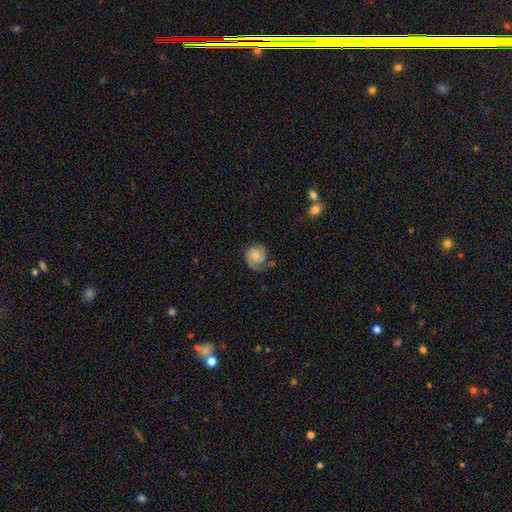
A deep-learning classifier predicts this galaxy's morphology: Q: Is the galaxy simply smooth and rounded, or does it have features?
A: featured or disk — 56%.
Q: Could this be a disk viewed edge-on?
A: no — 98%.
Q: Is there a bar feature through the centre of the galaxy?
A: no — 64%.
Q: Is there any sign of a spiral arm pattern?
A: yes — 91%.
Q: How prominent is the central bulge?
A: small — 38%.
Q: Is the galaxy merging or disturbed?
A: none — 58%.